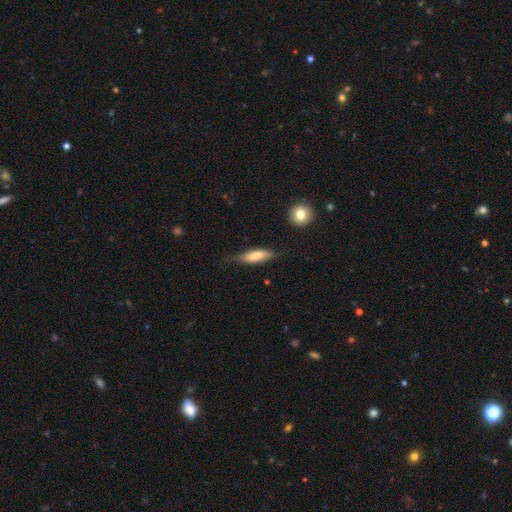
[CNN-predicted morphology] smooth_or_featured: smooth (p=0.73) [alt: featured or disk p=0.20]
how_rounded: cigar-shaped (p=0.50) [alt: in between p=0.47]
merging: none (p=0.56) [alt: minor disturbance p=0.32]